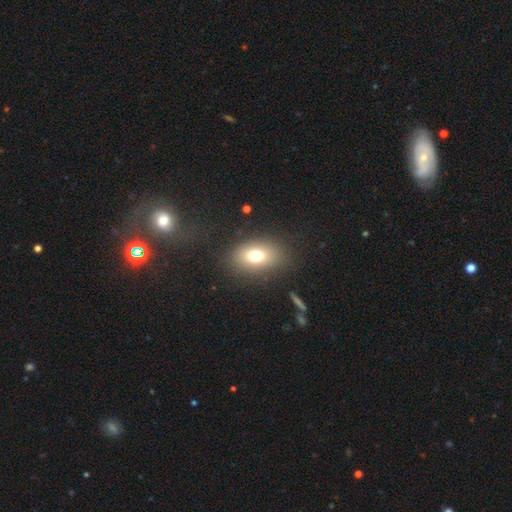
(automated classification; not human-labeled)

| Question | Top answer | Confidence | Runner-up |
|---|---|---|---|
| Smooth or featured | smooth | 73% | featured or disk (15%) |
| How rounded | in between | 78% | round (20%) |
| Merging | none | 82% | minor disturbance (11%) |